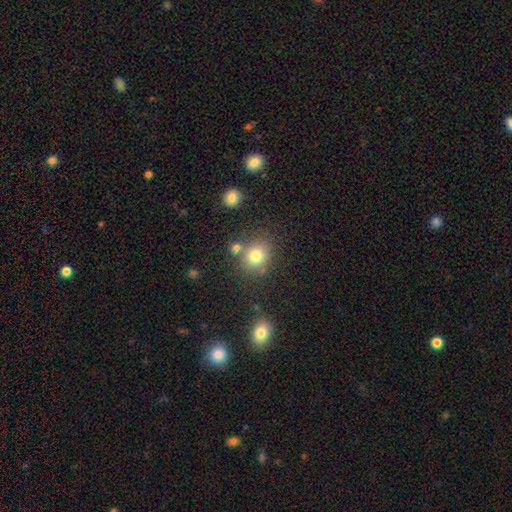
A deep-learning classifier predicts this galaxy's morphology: smooth 77%, star or artifact 14%, featured or disk 9%. Down the decision tree: how rounded — round (76%); merging — none (70%).